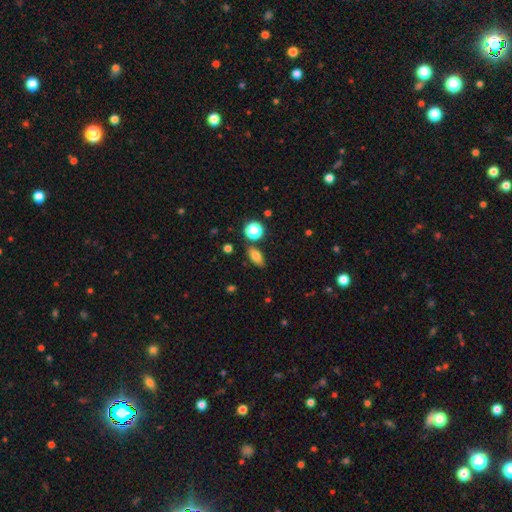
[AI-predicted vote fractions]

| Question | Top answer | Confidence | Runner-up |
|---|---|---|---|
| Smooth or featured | smooth | 77% | star or artifact (13%) |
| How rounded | in between | 83% | round (11%) |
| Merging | none | 81% | minor disturbance (11%) |